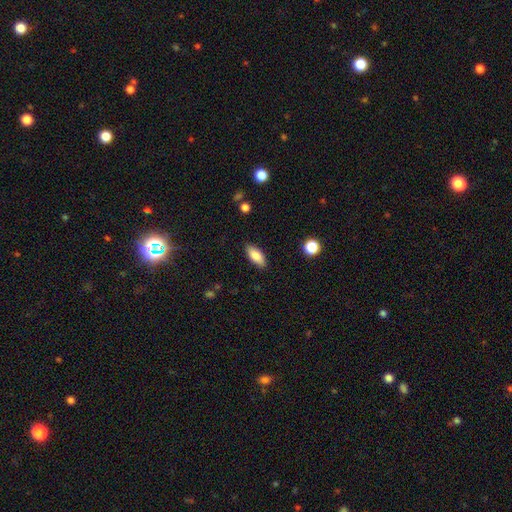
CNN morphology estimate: smooth-or-featured: smooth: 83% | featured or disk: 10% | star or artifact: 7%
  how-rounded: in between: 83% | cigar-shaped: 14% | round: 3%
  merging: none: 87% | minor disturbance: 10% | major disturbance: 2% | merger: 1%